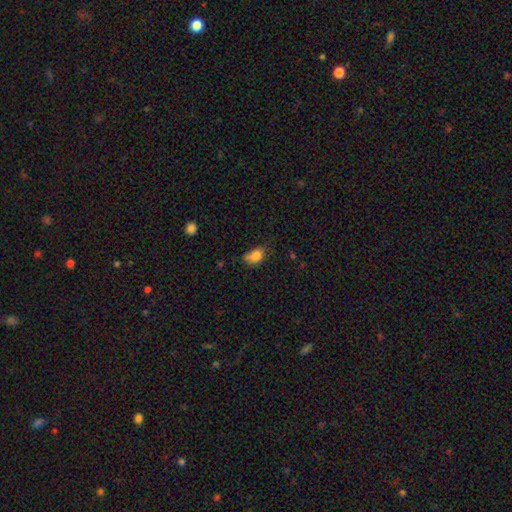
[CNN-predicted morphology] This is clearly a smooth galaxy (83%). How rounded: likely in between (80%). Merging: marginally none (43%).